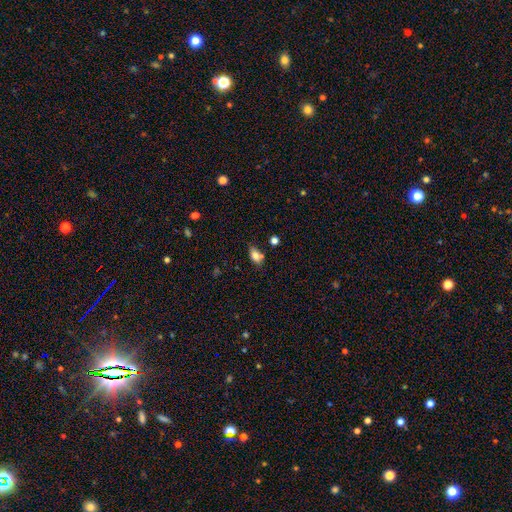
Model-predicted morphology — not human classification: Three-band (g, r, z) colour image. It shows a smooth galaxy with no disk features (78%) that is in between round and cigar-shaped (85%). Merging: none (58%).